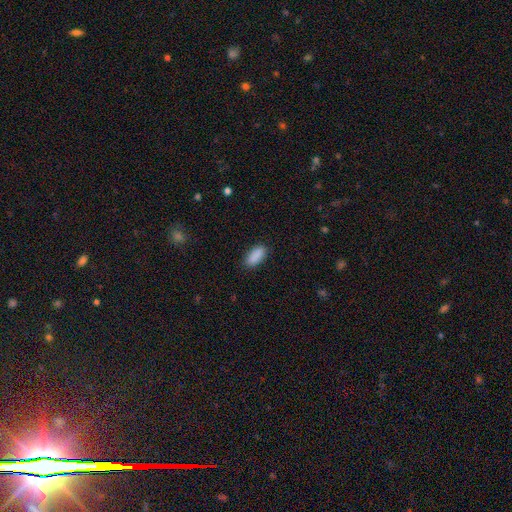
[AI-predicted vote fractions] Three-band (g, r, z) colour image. It shows a smooth galaxy with no disk features (90%) that is in between round and cigar-shaped (86%). Merging: none (87%).